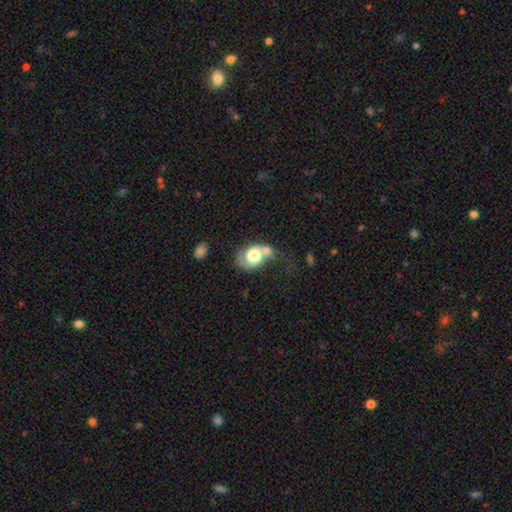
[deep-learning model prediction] Smooth or featured? Predicted: smooth (p=0.55). How rounded? Predicted: in between (p=0.50). Merging? Predicted: merger (p=0.35).